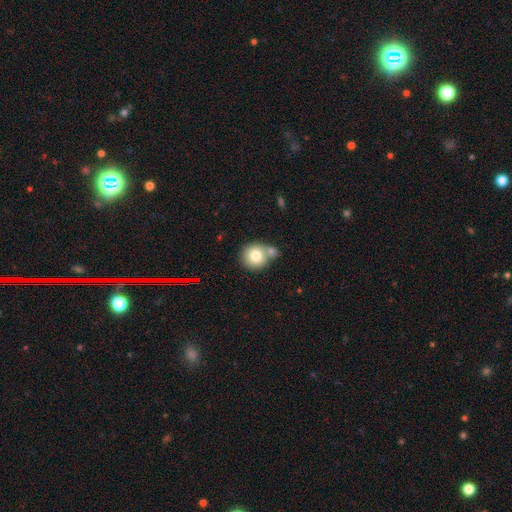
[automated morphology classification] The model was most divided on "merging": none: 50%, merger: 34%, minor disturbance: 12%, major disturbance: 4%. More confident: how rounded — round (86%); smooth or featured — smooth (77%).